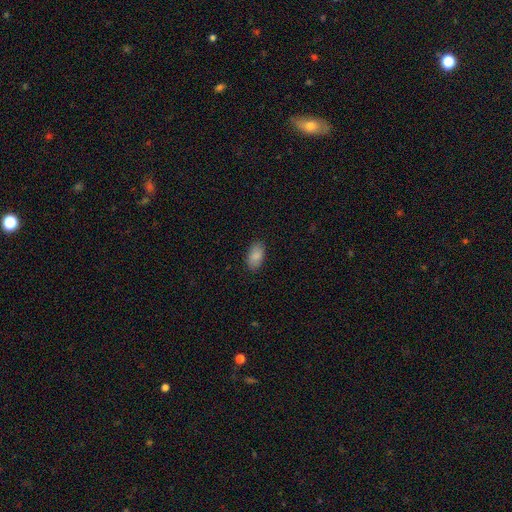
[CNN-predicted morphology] This is clearly a smooth galaxy (88%). How rounded: clearly in between (94%). Merging: clearly none (86%).